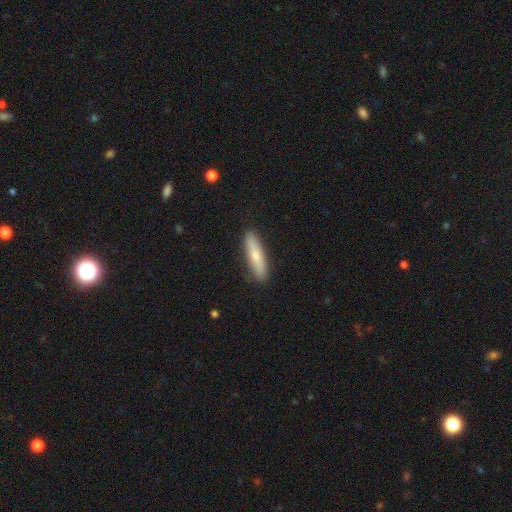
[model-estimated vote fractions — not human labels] The model was most divided on "smooth or featured": smooth: 65%, featured or disk: 29%, star or artifact: 6%. More confident: merging — none (88%); how rounded — cigar-shaped (76%).